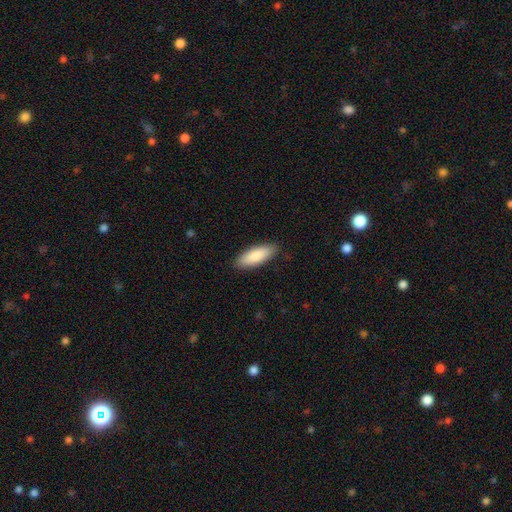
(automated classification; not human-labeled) The model was most divided on "how rounded": in between: 64%, cigar-shaped: 34%, round: 2%. More confident: merging — none (88%); smooth or featured — smooth (86%).